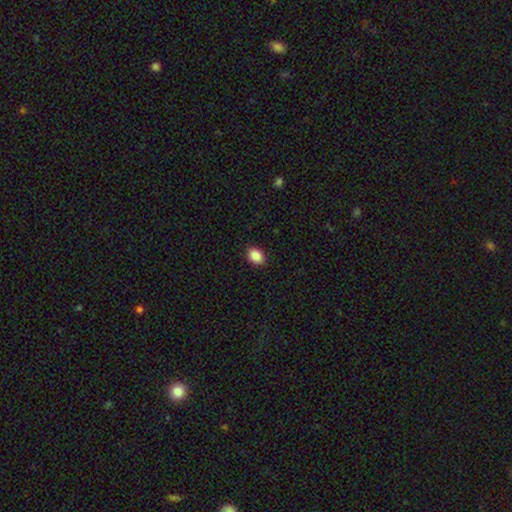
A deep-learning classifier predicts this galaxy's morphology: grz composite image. It shows a smooth galaxy with no disk features (88%) that is in between round and cigar-shaped (78%). Merging: none (89%).